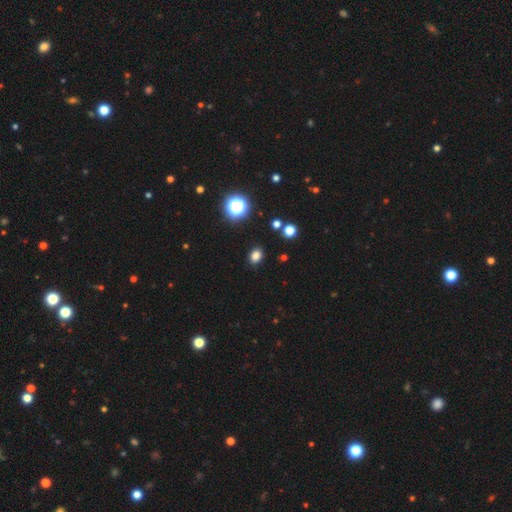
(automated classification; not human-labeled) A smooth galaxy with no disk features (79%) that is in between round and cigar-shaped (62%).

Vote fractions:
- Smooth or featured? smooth: 79% / star or artifact: 16% / featured or disk: 5%
- How rounded? in between: 62% / round: 37% / cigar-shaped: 1%
- Merging? none: 89% / minor disturbance: 8% / major disturbance: 2% / merger: 2%